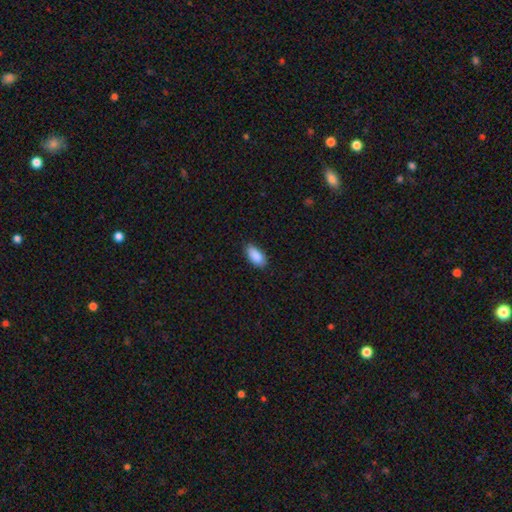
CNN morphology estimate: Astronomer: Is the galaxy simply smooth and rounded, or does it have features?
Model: smooth — 89%.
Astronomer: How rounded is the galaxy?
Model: in between — 92%.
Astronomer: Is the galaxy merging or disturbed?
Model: none — 82%.